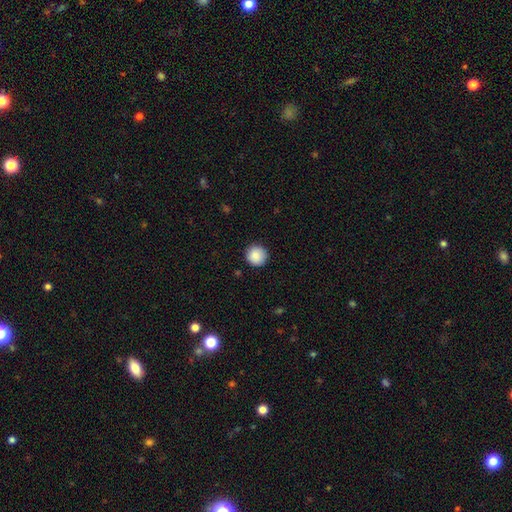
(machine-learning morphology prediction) This appears to be a smooth galaxy with no disk features (88%) that is round (95%). Merging: none (90%).